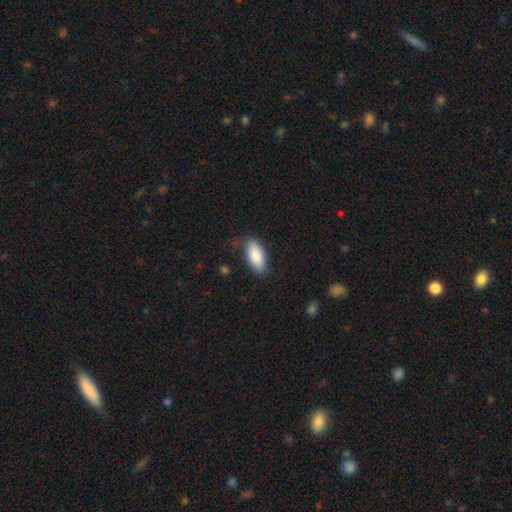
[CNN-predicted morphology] Q: Smooth or featured?
A: smooth (87%); runner-up: featured or disk (7%)
Q: How rounded?
A: in between (91%); runner-up: cigar-shaped (7%)
Q: Merging?
A: none (76%); runner-up: minor disturbance (18%)